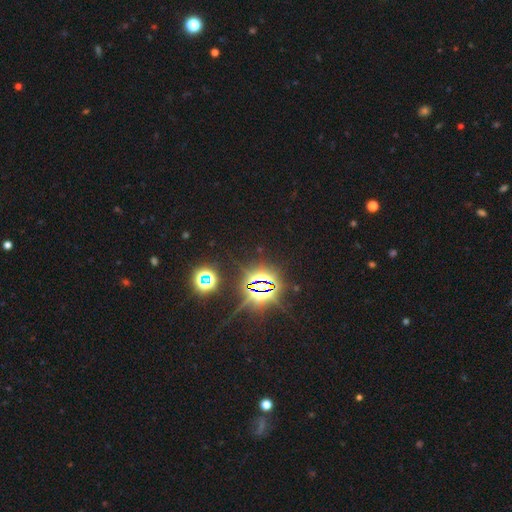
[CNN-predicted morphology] smooth_or_featured: star or artifact (p=0.84) [alt: smooth p=0.10]